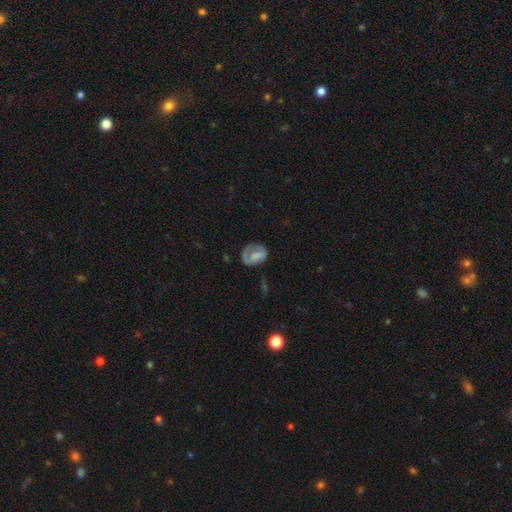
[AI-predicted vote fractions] Morphology: type=smooth (52%); roundness=in between (59%); merging=none (48%).